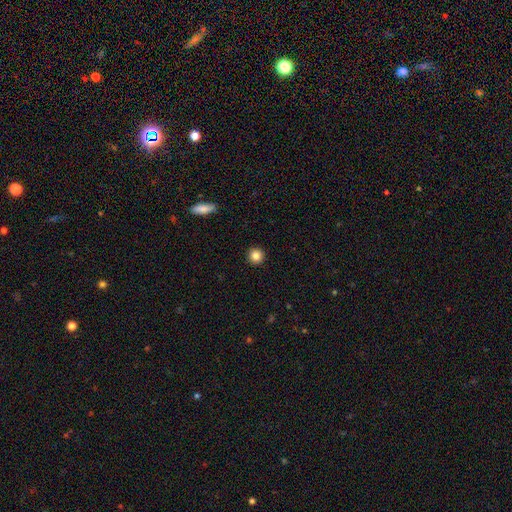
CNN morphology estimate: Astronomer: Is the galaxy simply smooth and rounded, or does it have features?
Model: smooth — 85%.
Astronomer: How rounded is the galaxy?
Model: round — 95%.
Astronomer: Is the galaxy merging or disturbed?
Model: none — 93%.